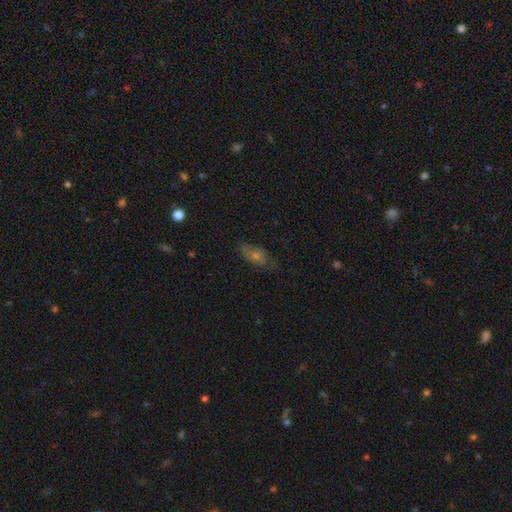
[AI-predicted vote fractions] smooth-or-featured: smooth: 50% | featured or disk: 32% | star or artifact: 17%
  how-rounded: in between: 72% | cigar-shaped: 19% | round: 8%
  merging: none: 71% | minor disturbance: 21% | major disturbance: 7% | merger: 2%